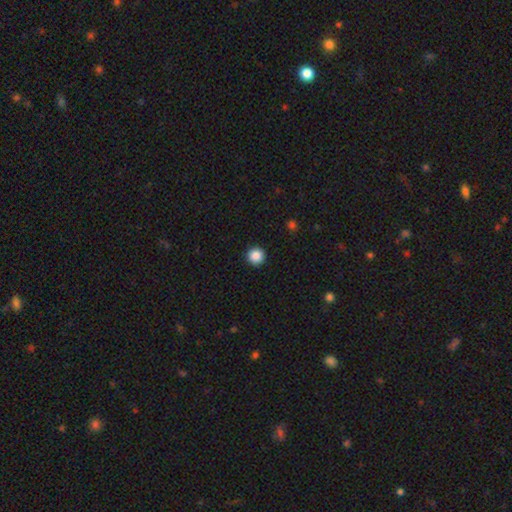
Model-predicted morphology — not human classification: This is clearly a smooth galaxy (87%). How rounded: clearly round (96%). Merging: clearly none (93%).